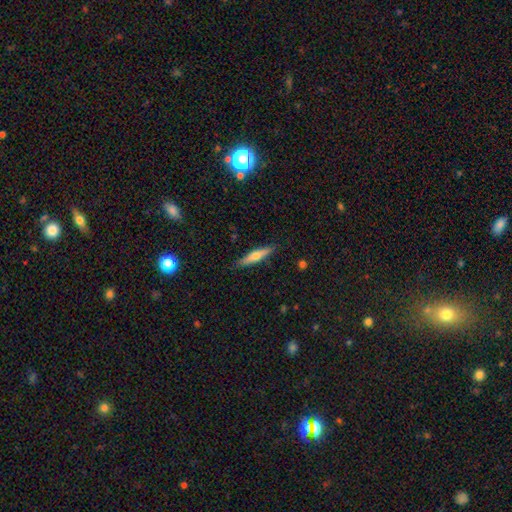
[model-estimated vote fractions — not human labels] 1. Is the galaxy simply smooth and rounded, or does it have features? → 56% smooth, 38% featured or disk, 6% star or artifact.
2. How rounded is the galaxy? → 83% cigar-shaped, 16% in between, 2% round.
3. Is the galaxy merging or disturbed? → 87% none, 10% minor disturbance, 2% major disturbance, 1% merger.